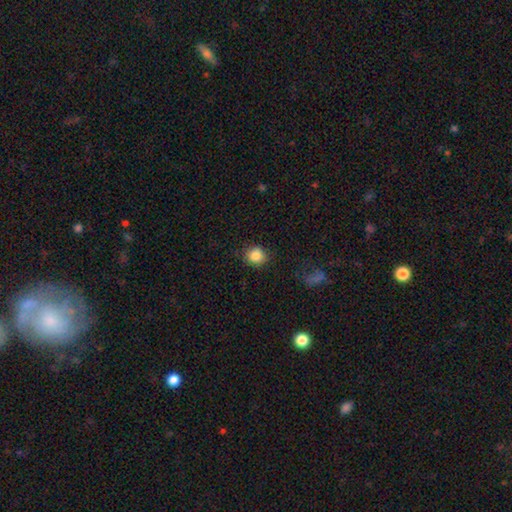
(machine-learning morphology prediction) smooth_or_featured: smooth (p=0.85) [alt: star or artifact p=0.10]
how_rounded: round (p=0.82) [alt: in between p=0.17]
merging: none (p=0.84) [alt: minor disturbance p=0.11]